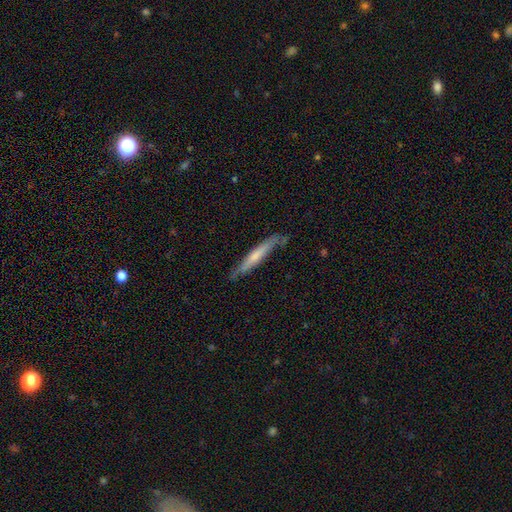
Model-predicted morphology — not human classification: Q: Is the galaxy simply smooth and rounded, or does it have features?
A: smooth — 52%.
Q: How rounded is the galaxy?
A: cigar-shaped — 94%.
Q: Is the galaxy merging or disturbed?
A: none — 74%.